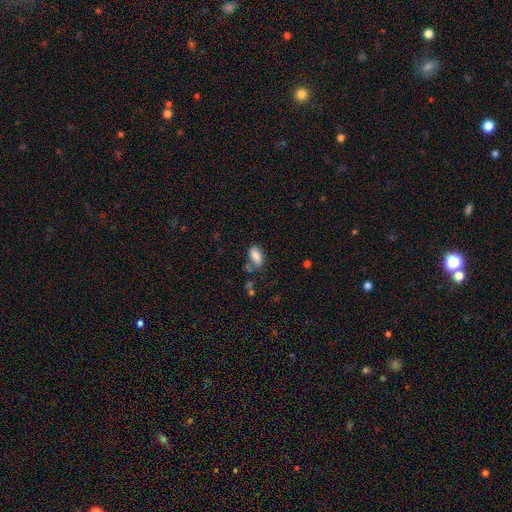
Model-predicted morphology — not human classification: smooth 82%, star or artifact 9%, featured or disk 9%. Down the decision tree: how rounded — in between (90%); merging — none (56%).